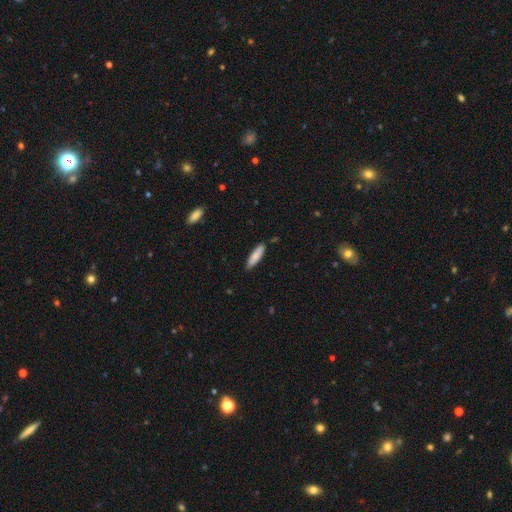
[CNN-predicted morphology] smooth-or-featured: smooth: 83% | featured or disk: 12% | star or artifact: 6%
  how-rounded: cigar-shaped: 66% | in between: 33% | round: 1%
  merging: none: 85% | minor disturbance: 11% | major disturbance: 2% | merger: 2%